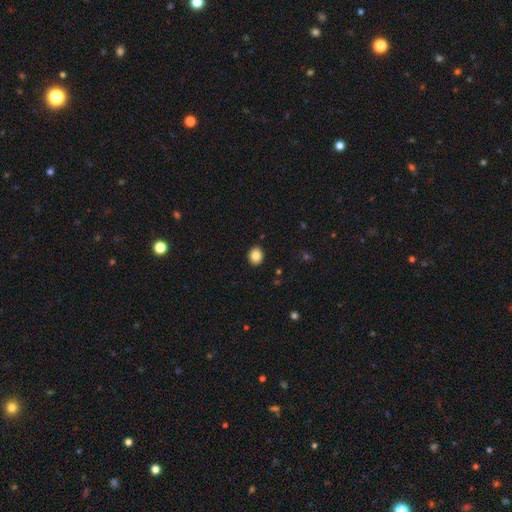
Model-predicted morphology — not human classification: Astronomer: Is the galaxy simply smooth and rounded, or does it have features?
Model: smooth — 85%.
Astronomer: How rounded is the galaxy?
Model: round — 55% (runner-up: in between, 44%).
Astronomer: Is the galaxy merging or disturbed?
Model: none — 91%.